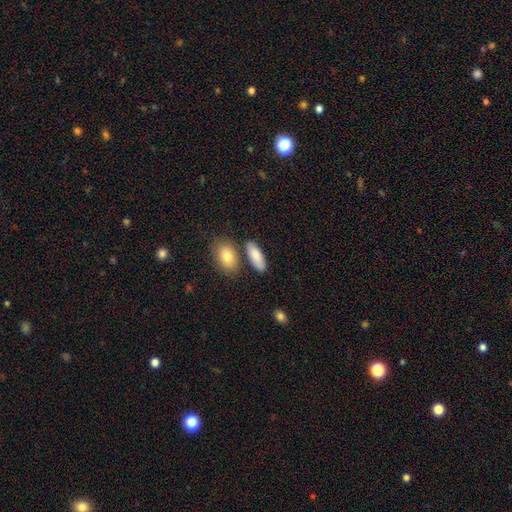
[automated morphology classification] type=smooth (83%); roundness=in between (76%); merging=none (71%).